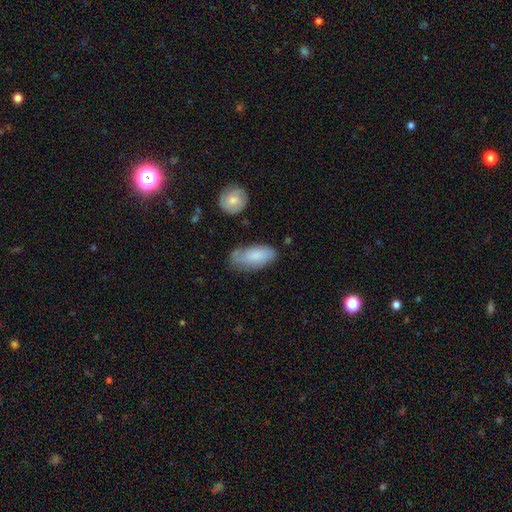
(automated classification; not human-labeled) smooth-or-featured: smooth: 77% | featured or disk: 17% | star or artifact: 6%
  how-rounded: in between: 88% | cigar-shaped: 10% | round: 2%
  merging: none: 64% | minor disturbance: 26% | major disturbance: 6% | merger: 4%